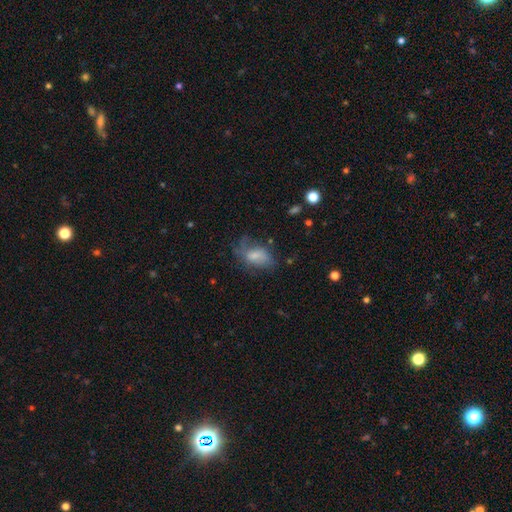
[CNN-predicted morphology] A smooth galaxy with no disk features (57%) that is in between round and cigar-shaped (86%). Merging: none (39%).